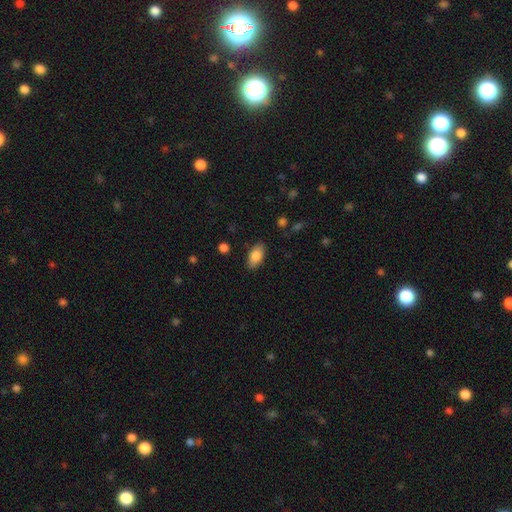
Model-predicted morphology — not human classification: smooth 85%, featured or disk 8%, star or artifact 7%. Down the decision tree: how rounded — in between (92%); merging — none (86%).